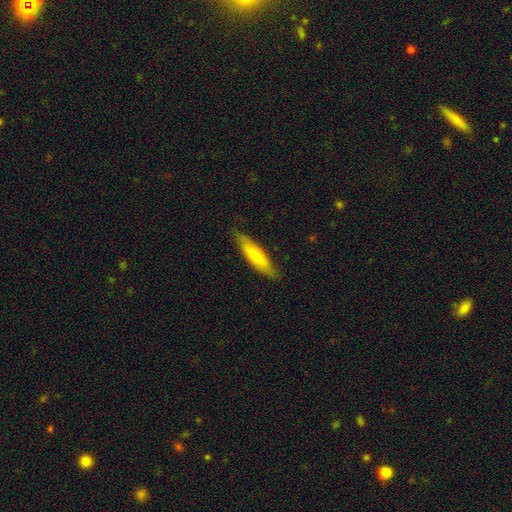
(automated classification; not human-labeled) smooth_or_featured: smooth (p=0.70) [alt: featured or disk p=0.25]
how_rounded: cigar-shaped (p=0.74) [alt: in between p=0.25]
merging: none (p=0.84) [alt: minor disturbance p=0.13]